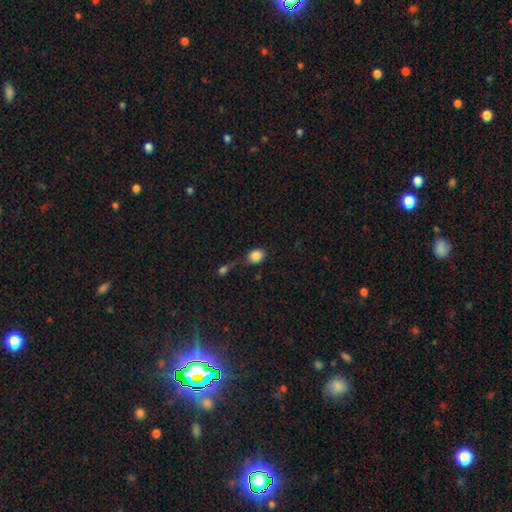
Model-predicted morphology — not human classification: Smooth or featured? Predicted: smooth (p=0.86). How rounded? Predicted: in between (p=0.54). Merging? Predicted: none (p=0.49).